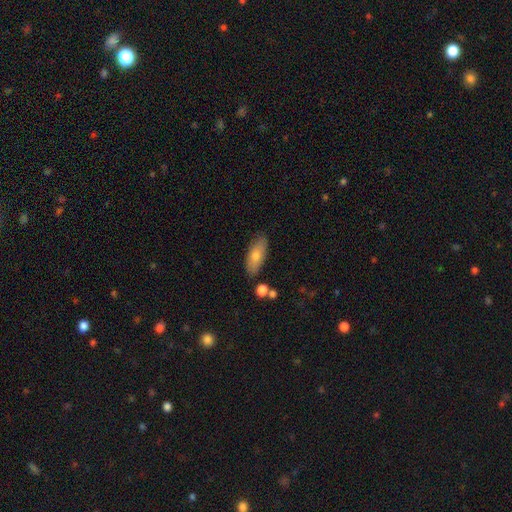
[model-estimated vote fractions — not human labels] The model was most divided on "how rounded": in between: 73%, cigar-shaped: 24%, round: 3%. More confident: merging — none (82%); smooth or featured — smooth (72%).